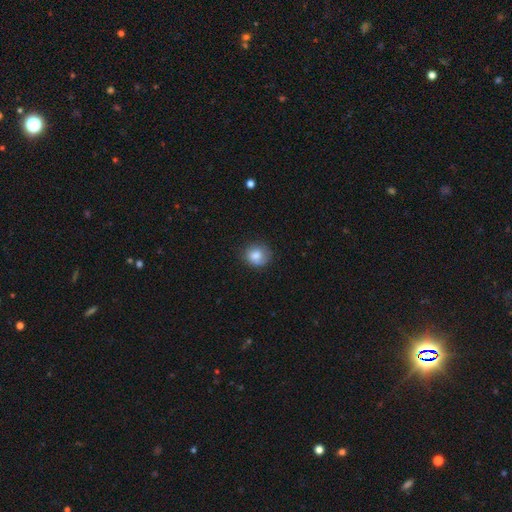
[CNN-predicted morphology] Q: Smooth or featured?
A: smooth (79%); runner-up: featured or disk (12%)
Q: How rounded?
A: round (78%); runner-up: in between (22%)
Q: Merging?
A: none (70%); runner-up: minor disturbance (22%)